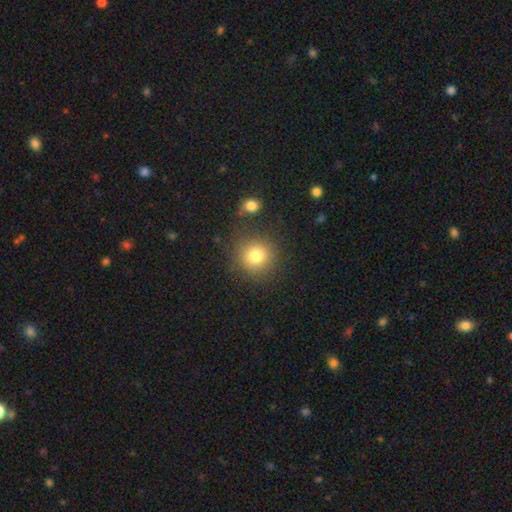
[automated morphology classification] A smooth galaxy with no disk features (79%) that is round (92%).

Vote fractions:
- Smooth or featured? smooth: 79% / star or artifact: 13% / featured or disk: 8%
- How rounded? round: 92% / in between: 7% / cigar-shaped: 1%
- Merging? none: 83% / minor disturbance: 8% / merger: 4% / major disturbance: 4%